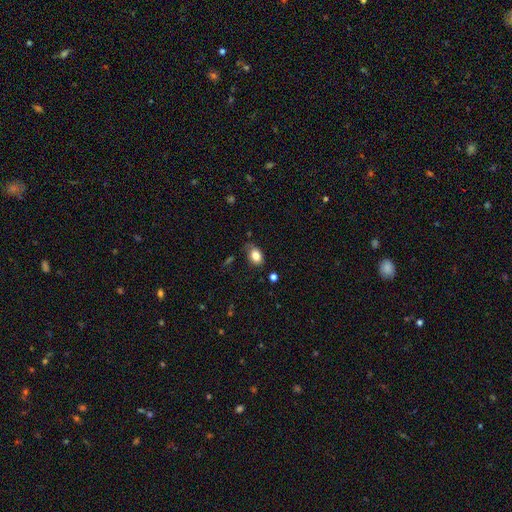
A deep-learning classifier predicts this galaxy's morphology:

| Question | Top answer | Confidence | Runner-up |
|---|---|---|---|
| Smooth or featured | smooth | 82% | featured or disk (9%) |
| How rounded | in between | 81% | round (18%) |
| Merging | none | 65% | minor disturbance (26%) |